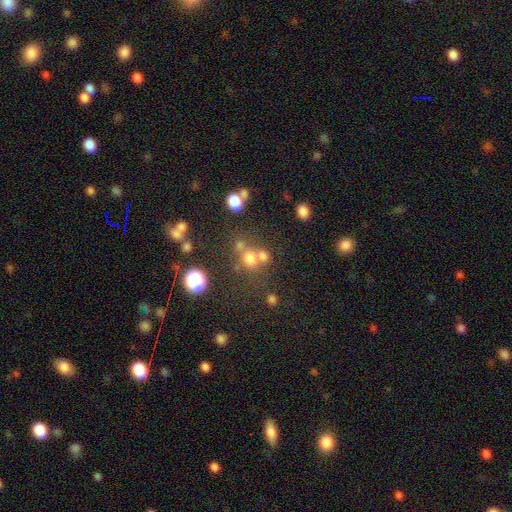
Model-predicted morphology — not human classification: Overall: smooth (53%; star or artifact 32%). How rounded: round (83%). Merging: none (52%; merger 35%).